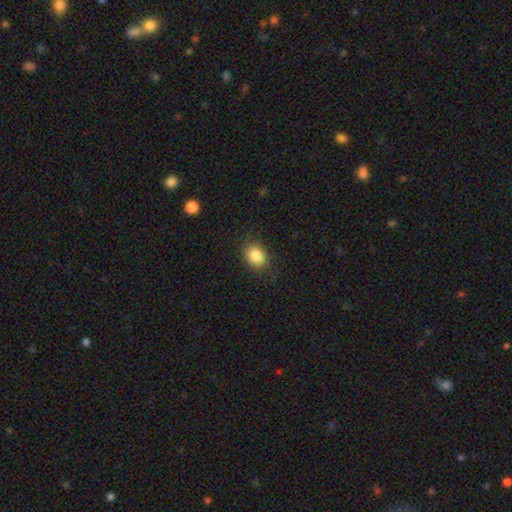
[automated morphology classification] Smooth or featured? smooth (85%)
How rounded? round (50%)
Merging? none (83%)